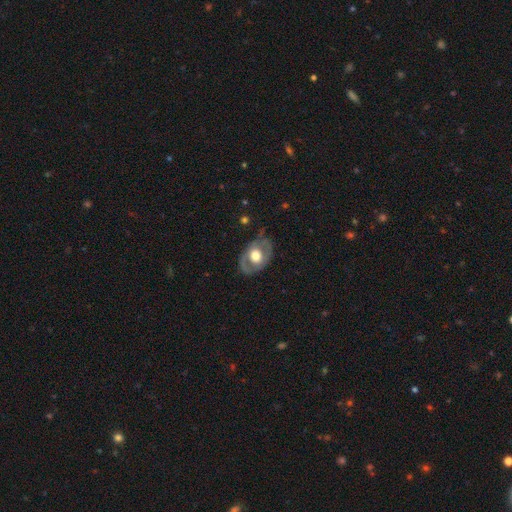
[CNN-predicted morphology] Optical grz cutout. It shows a featured or disk galaxy (57%) with no bar (79%), no spiral arms (69%) and a moderate central bulge (47%). Merging: none (66%).